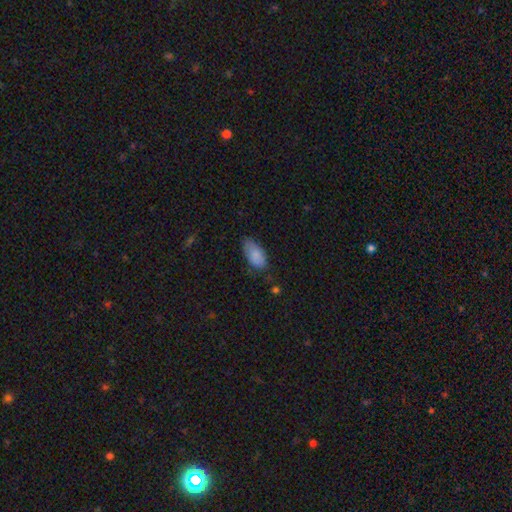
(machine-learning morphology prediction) Smooth or featured? smooth (85%)
How rounded? in between (93%)
Merging? none (65%)